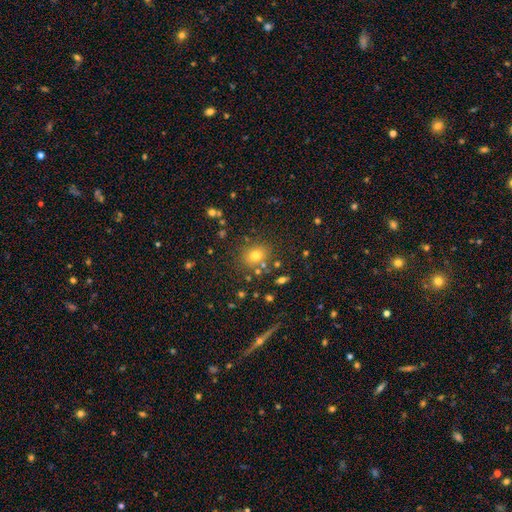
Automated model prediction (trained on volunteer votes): Q: Smooth or featured?
A: smooth (71%); runner-up: star or artifact (19%)
Q: How rounded?
A: round (70%); runner-up: in between (29%)
Q: Merging?
A: none (81%); runner-up: minor disturbance (10%)